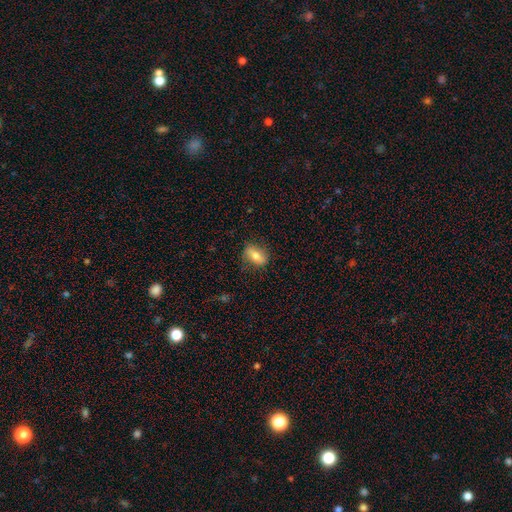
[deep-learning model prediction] Overall: smooth (68%). How rounded: in between (80%). Merging: none (77%).